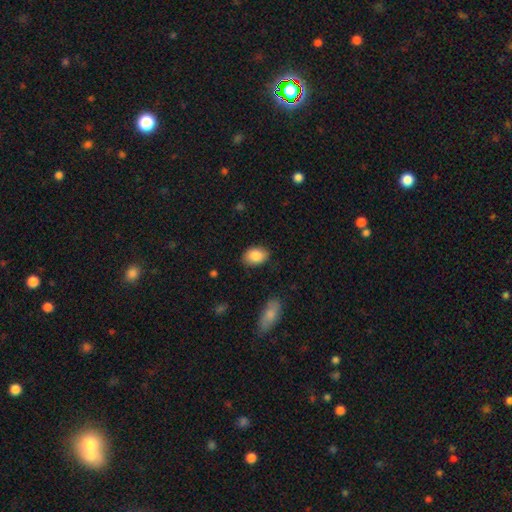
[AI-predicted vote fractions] A smooth galaxy with no disk features (87%) that is in between round and cigar-shaped (84%).

Vote fractions:
- Smooth or featured? smooth: 87% / star or artifact: 7% / featured or disk: 7%
- How rounded? in between: 84% / round: 15% / cigar-shaped: 1%
- Merging? none: 85% / minor disturbance: 11% / major disturbance: 2% / merger: 1%